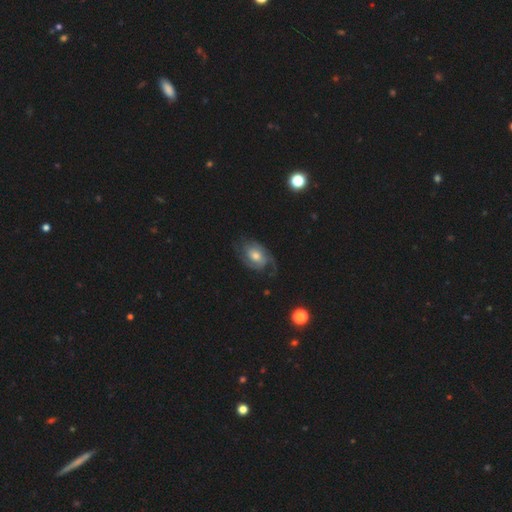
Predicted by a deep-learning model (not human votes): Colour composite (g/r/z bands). It shows a featured or disk galaxy (81%) with no bar (64%), 2 (59%) tight (43%) spiral arms (95%) and a moderate central bulge (66%). Merging: none (67%).